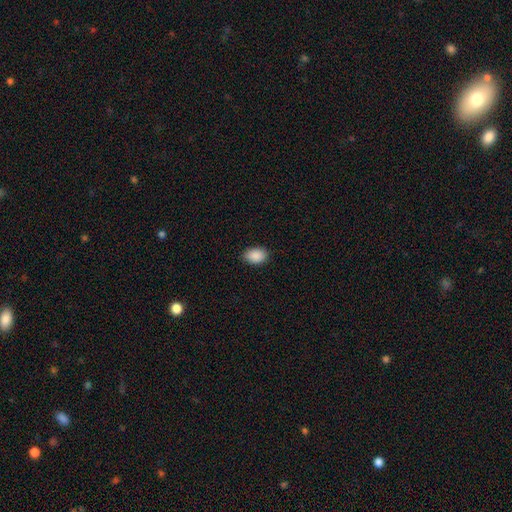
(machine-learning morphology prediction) Smooth or featured? Predicted: smooth (p=0.90). How rounded? Predicted: in between (p=0.84). Merging? Predicted: none (p=0.87).